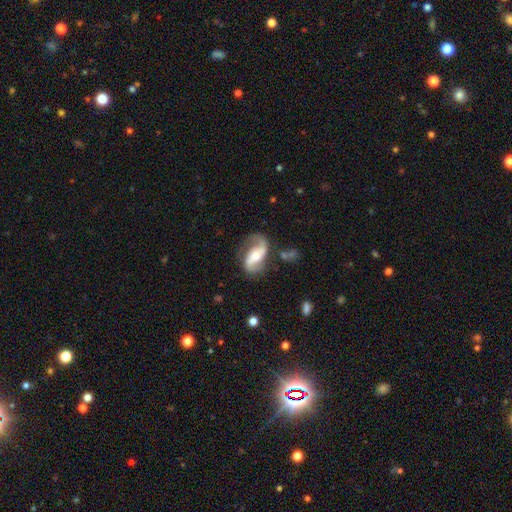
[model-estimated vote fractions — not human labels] smooth-or-featured: featured or disk: 80% | smooth: 14% | star or artifact: 6%
  disk-edge-on: no: 95% | yes: 5%
    bar: no: 36% | weak: 33% | strong: 31%
    has-spiral-arms: yes: 93% | no: 7%
      spiral-winding: loose: 60% | medium: 30% | tight: 10%
      spiral-arm-count: 2: 86% | 1: 8% | can't tell: 4% | 3: 1% | 4: 1% | more than 4: 1%
    bulge-size: moderate: 58% | small: 33% | large: 6% | none: 2% | dominant: 1%
  merging: none: 63% | minor disturbance: 20% | major disturbance: 13% | merger: 4%